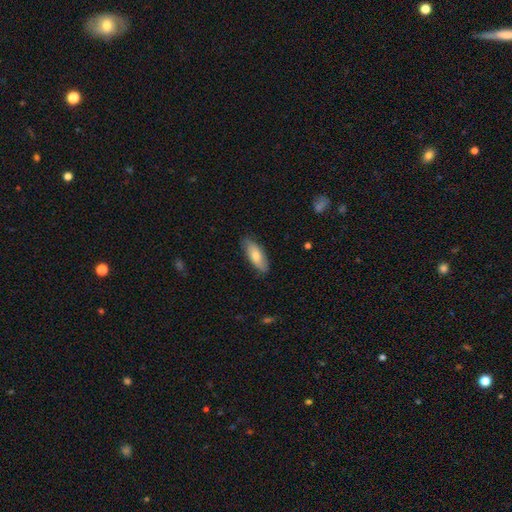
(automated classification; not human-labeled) This is likely a smooth galaxy (74%). How rounded: likely in between (72%). Merging: clearly none (82%).